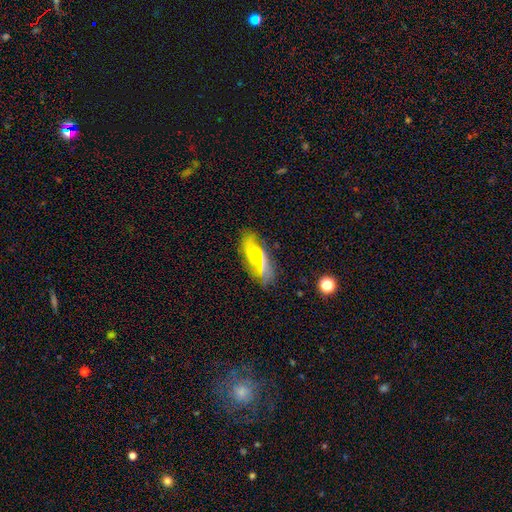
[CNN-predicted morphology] Smooth or featured?
  - smooth: 45% *
  - featured or disk: 40%
  - star or artifact: 15%
Merging?
  - none: 74% *
  - minor disturbance: 16%
  - major disturbance: 5%
  - merger: 4%